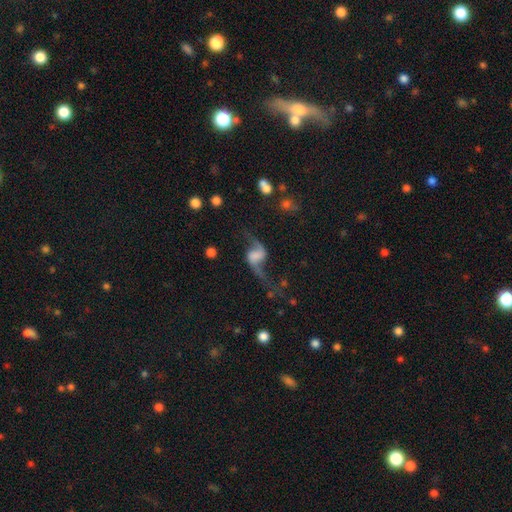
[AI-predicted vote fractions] Smooth or featured? Predicted: featured or disk (p=0.82). Edge-on disk? Predicted: no (p=0.96). Bar? Predicted: no (p=0.42). Spiral arms? Predicted: yes (p=0.95). Spiral winding? Predicted: loose (p=0.91). Spiral arm count? Predicted: 2 (p=0.93). Bulge size? Predicted: none (p=0.43). Merging? Predicted: none (p=0.60).